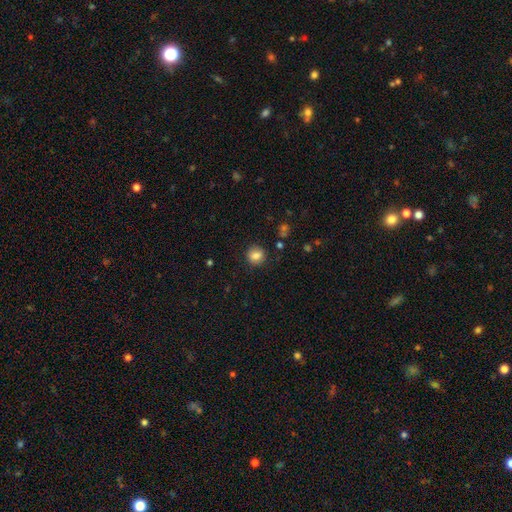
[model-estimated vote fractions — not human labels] Smooth or featured? smooth (84%)
How rounded? round (81%)
Merging? none (87%)